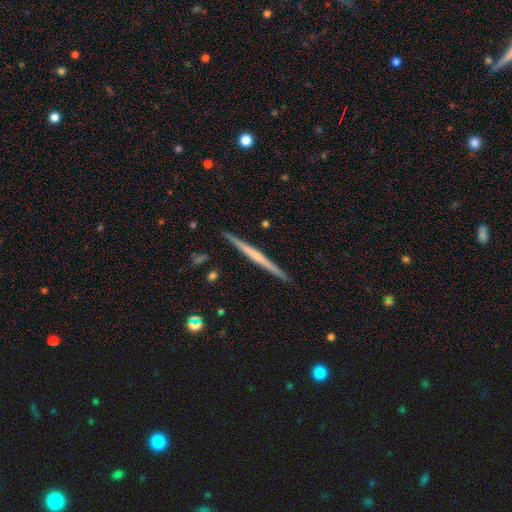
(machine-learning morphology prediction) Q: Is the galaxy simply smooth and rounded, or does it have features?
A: featured or disk — 64%.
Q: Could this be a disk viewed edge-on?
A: yes — 98%.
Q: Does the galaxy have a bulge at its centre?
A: none — 67%.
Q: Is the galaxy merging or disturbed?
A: none — 92%.